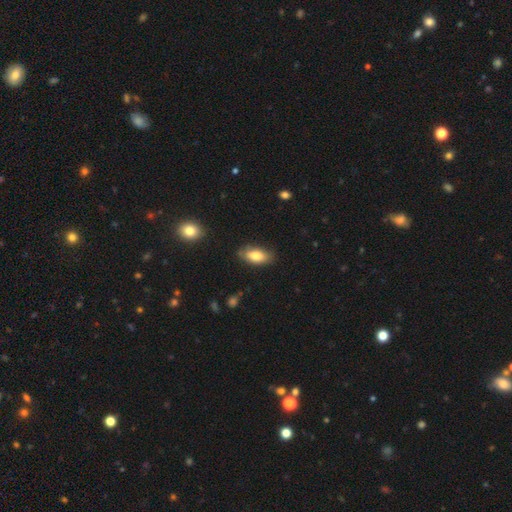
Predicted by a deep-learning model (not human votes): A smooth galaxy with no disk features (80%) that is in between round and cigar-shaped (90%). Merging: none (79%).